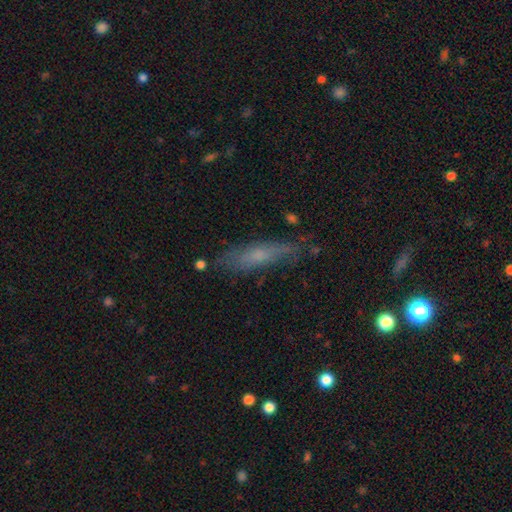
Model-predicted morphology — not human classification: smooth 58%, featured or disk 34%, star or artifact 8%. Down the decision tree: how rounded — cigar-shaped (72%); merging — none (67%).